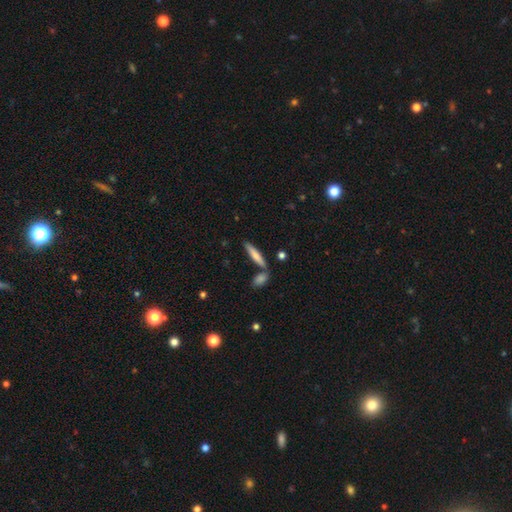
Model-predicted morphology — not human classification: This is likely a smooth galaxy (73%). How rounded: clearly cigar-shaped (84%). Merging: likely none (75%).